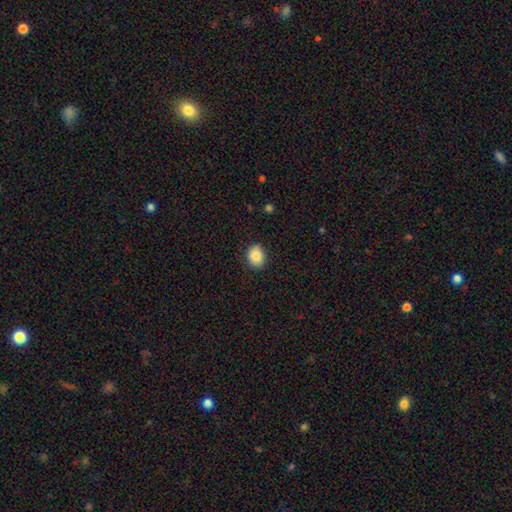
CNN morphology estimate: smooth 87%, star or artifact 8%, featured or disk 5%. Down the decision tree: how rounded — round (57%); merging — none (87%).